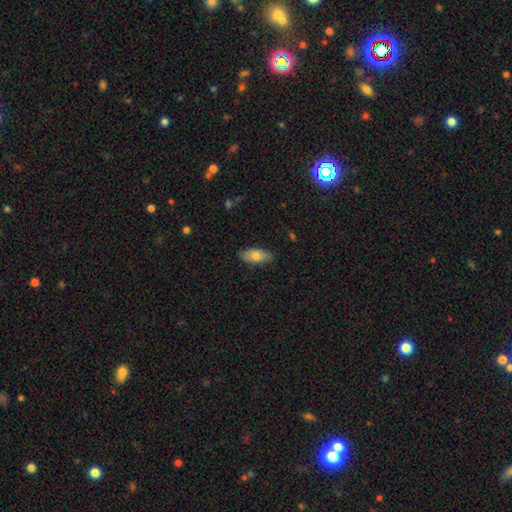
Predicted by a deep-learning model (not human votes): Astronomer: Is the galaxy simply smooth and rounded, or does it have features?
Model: smooth — 74%.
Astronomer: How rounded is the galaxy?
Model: in between — 86%.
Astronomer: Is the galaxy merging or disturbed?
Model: none — 85%.